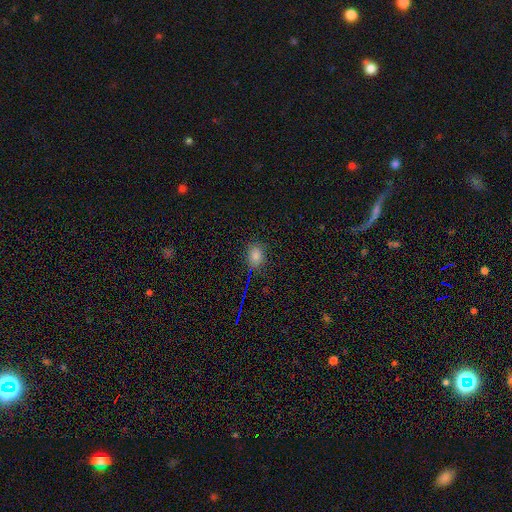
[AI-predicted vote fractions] Smooth or featured? smooth (78%)
How rounded? in between (59%)
Merging? none (83%)